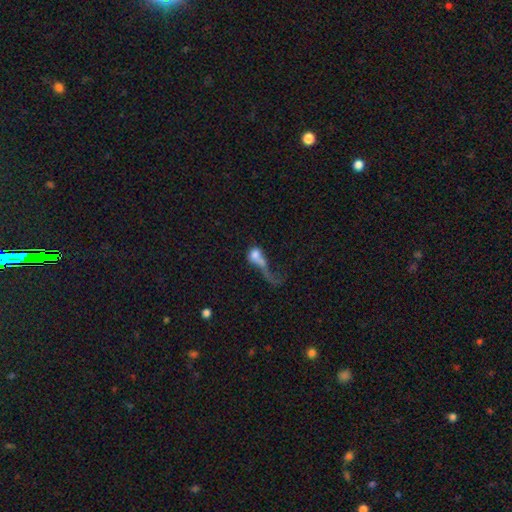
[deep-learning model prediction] Q: Smooth or featured?
A: smooth (58%); runner-up: featured or disk (30%)
Q: How rounded?
A: in between (47%); runner-up: round (44%)
Q: Merging?
A: major disturbance (48%); runner-up: merger (31%)